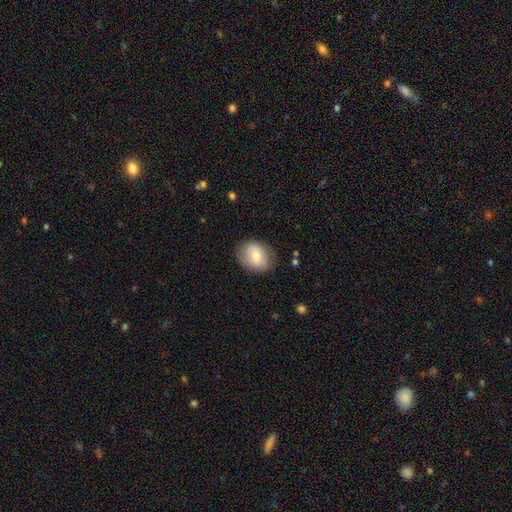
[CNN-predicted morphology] smooth 68%, featured or disk 25%, star or artifact 7%. Down the decision tree: how rounded — in between (57%); merging — none (80%).